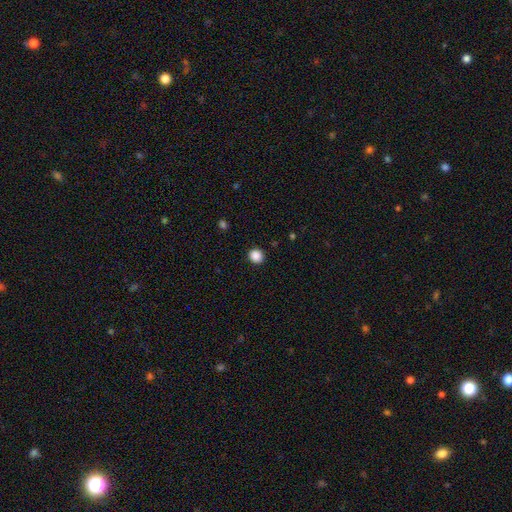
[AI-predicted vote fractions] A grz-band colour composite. It shows a smooth galaxy with no disk features (87%) that is round (90%). Merging: none (92%).